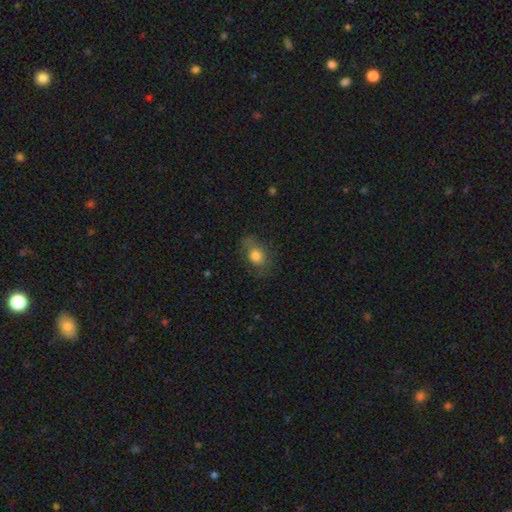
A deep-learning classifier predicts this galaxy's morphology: This appears to be a smooth galaxy with no disk features (73%) that is in between round and cigar-shaped (64%). Merging: none (66%).